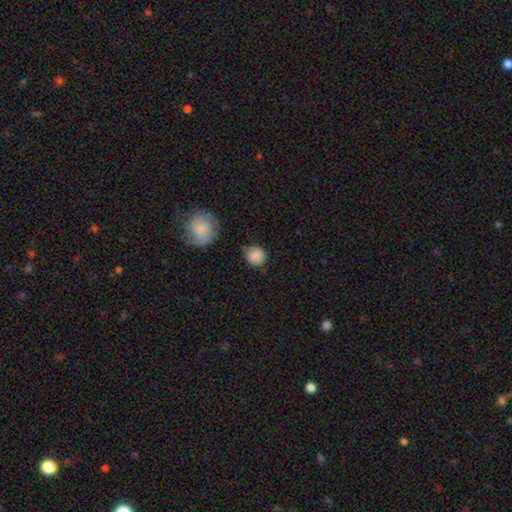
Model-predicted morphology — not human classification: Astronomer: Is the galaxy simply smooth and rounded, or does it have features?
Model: smooth — 86%.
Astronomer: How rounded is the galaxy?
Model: round — 85%.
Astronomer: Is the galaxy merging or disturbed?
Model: none — 70%.